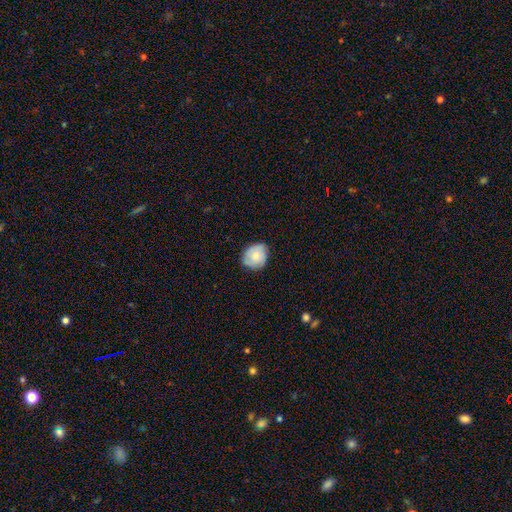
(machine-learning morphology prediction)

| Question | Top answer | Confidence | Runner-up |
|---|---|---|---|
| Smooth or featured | smooth | 65% | featured or disk (27%) |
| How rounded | round | 65% | in between (34%) |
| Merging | none | 72% | minor disturbance (23%) |